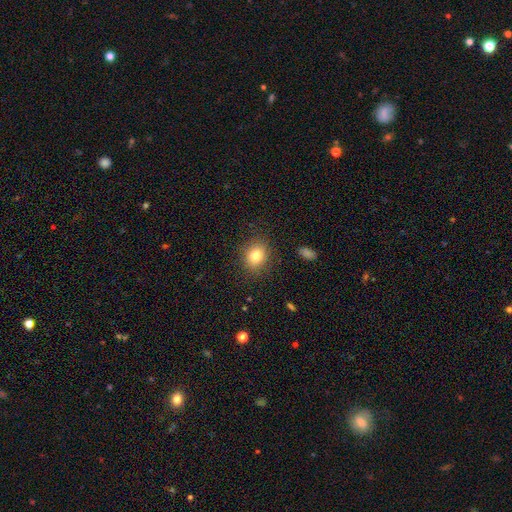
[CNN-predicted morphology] smooth 80%, star or artifact 11%, featured or disk 9%. Down the decision tree: how rounded — round (56%); merging — none (85%).